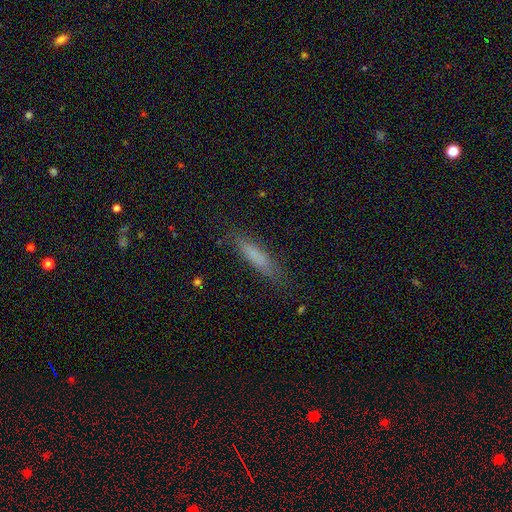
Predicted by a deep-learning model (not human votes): Smooth or featured? smooth (72%)
How rounded? cigar-shaped (82%)
Merging? none (78%)